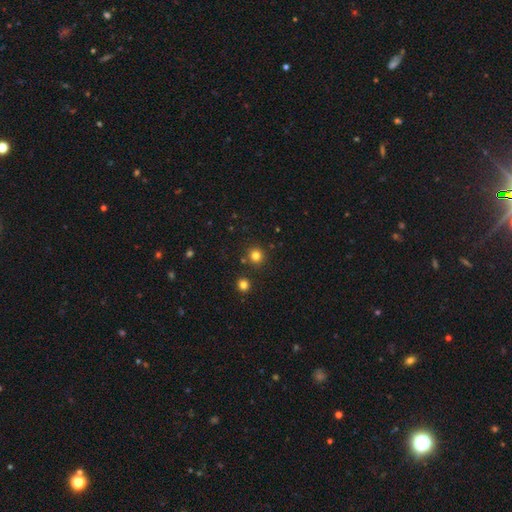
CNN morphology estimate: This is likely a smooth galaxy (80%). How rounded: clearly round (92%). Merging: clearly none (86%).